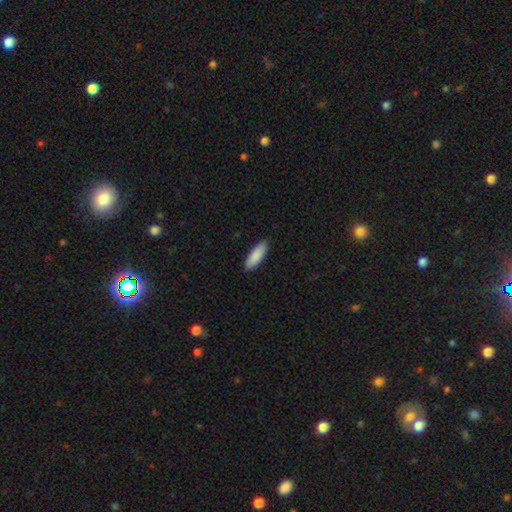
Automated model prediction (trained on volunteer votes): Overall: smooth (88%). How rounded: in between (53%; cigar-shaped 45%). Merging: none (90%).